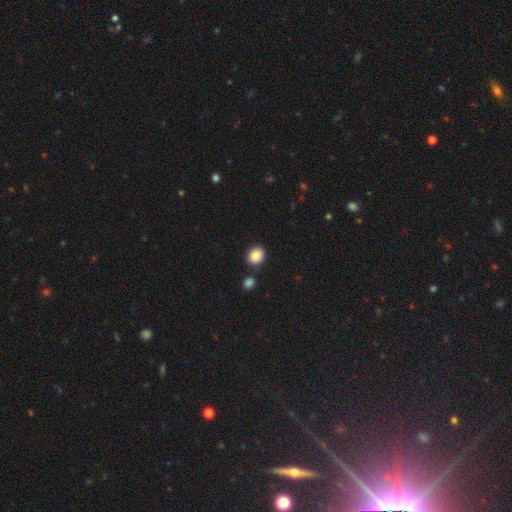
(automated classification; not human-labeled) A smooth galaxy with no disk features (85%) that is round (66%). Merging: none (80%).